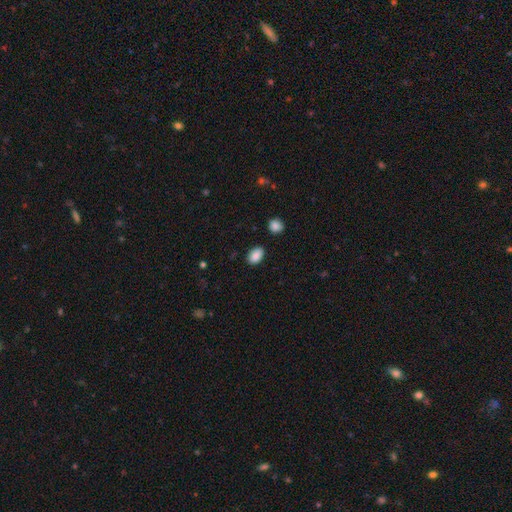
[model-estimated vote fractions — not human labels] Smooth or featured?
  - smooth: 88% *
  - star or artifact: 8%
  - featured or disk: 4%
How rounded?
  - in between: 85% *
  - round: 14%
  - cigar-shaped: 1%
Merging?
  - none: 85% *
  - minor disturbance: 11%
  - major disturbance: 2%
  - merger: 2%